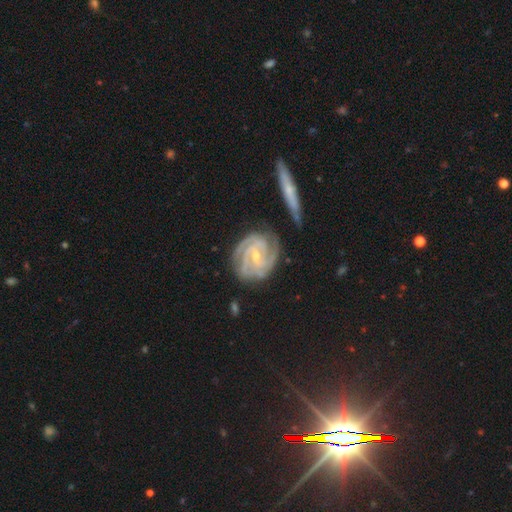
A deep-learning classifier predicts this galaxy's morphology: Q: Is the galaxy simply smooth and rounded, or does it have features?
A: featured or disk — 91%.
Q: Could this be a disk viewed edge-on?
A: no — 97%.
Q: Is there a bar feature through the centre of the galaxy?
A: weak — 43%.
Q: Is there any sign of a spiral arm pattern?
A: yes — 98%.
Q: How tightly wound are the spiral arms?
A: tight — 73%.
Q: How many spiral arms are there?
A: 3 — 39%.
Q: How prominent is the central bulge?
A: small — 69%.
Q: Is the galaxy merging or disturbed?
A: none — 71%.